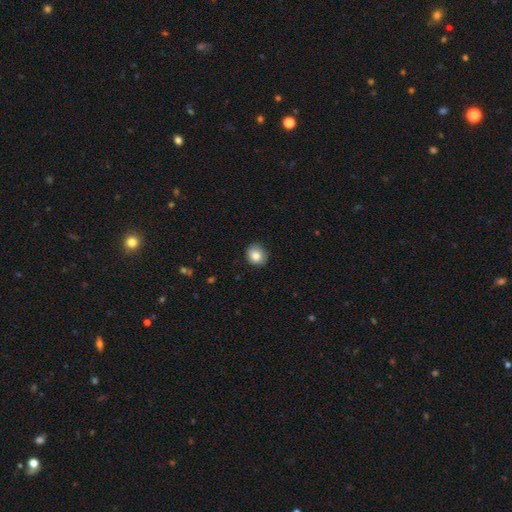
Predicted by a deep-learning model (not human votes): smooth 85%, star or artifact 9%, featured or disk 7%. Down the decision tree: how rounded — round (83%); merging — none (83%).